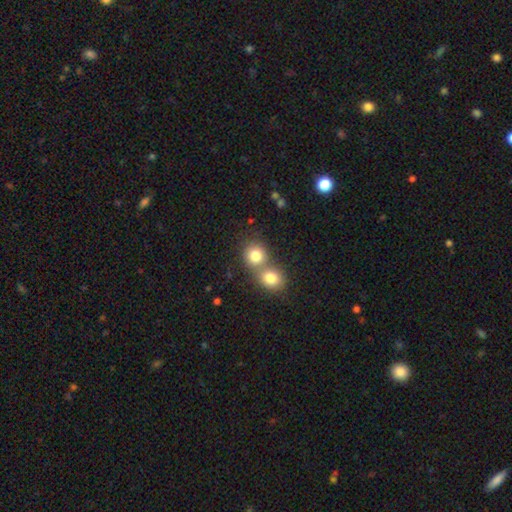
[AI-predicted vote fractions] This appears to be a smooth galaxy with no disk features (80%) that is round (83%). Merging: merger (55%).